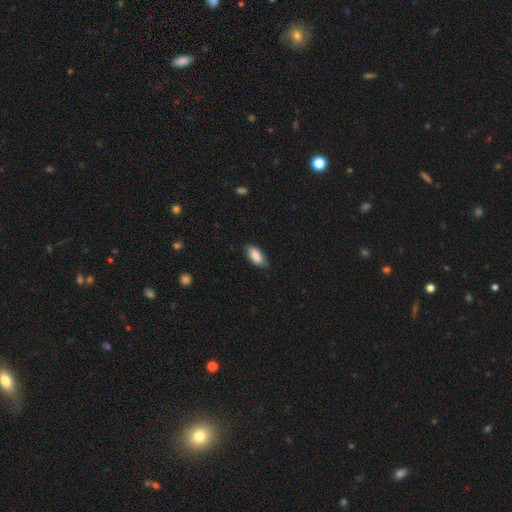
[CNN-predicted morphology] Smooth or featured: smooth — 88% (star or artifact — 6%)
How rounded: in between — 89% (cigar-shaped — 9%)
Merging: none — 81% (minor disturbance — 16%)